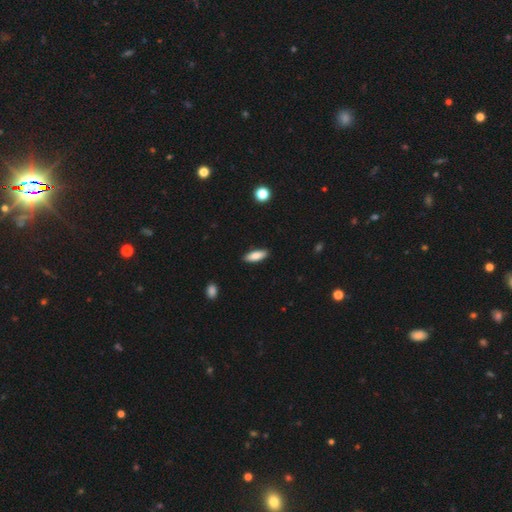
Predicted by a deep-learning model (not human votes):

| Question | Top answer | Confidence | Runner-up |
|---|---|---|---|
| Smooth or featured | smooth | 85% | featured or disk (9%) |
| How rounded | in between | 63% | cigar-shaped (35%) |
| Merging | none | 88% | minor disturbance (9%) |